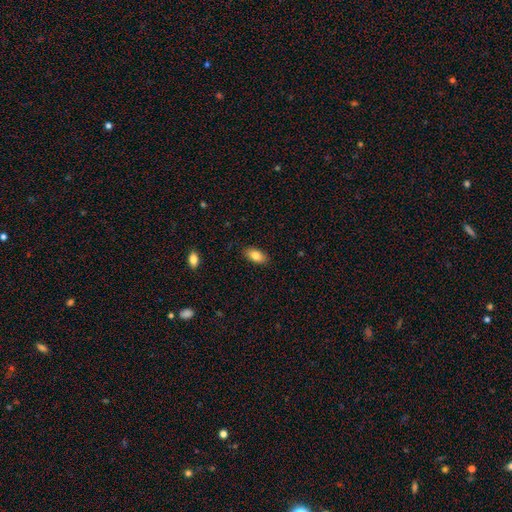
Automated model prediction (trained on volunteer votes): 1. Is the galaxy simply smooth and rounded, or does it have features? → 82% smooth, 11% featured or disk, 7% star or artifact.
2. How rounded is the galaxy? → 91% in between, 6% cigar-shaped, 4% round.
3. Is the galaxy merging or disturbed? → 88% none, 9% minor disturbance, 2% major disturbance, 1% merger.